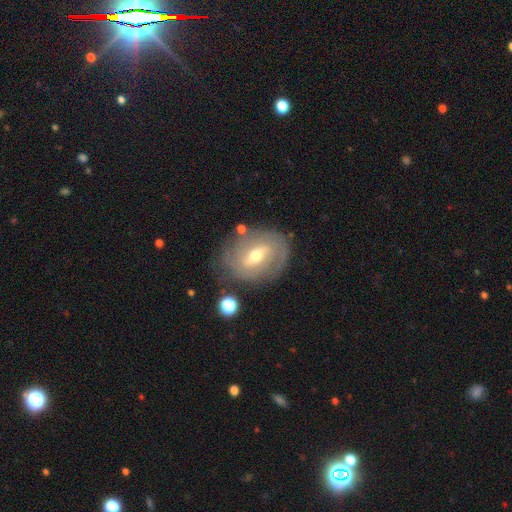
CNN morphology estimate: smooth_or_featured: featured or disk (p=0.72) [alt: smooth p=0.22]
disk_edge_on: no (p=0.94) [alt: yes p=0.06]
bar: weak (p=0.53) [alt: strong p=0.27]
has_spiral_arms: yes (p=0.77) [alt: no p=0.23]
spiral_winding: tight (p=0.54) [alt: medium p=0.32]
spiral_arm_count: 2 (p=0.50) [alt: can't tell p=0.32]
bulge_size: moderate (p=0.68) [alt: small p=0.25]
merging: none (p=0.72) [alt: minor disturbance p=0.18]